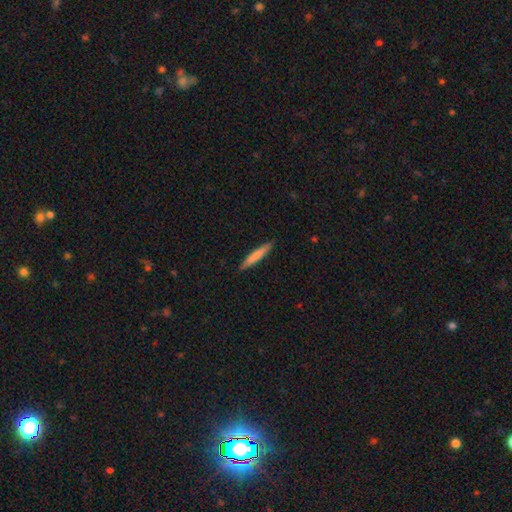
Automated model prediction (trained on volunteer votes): smooth-or-featured: smooth: 77% | featured or disk: 18% | star or artifact: 5%
  how-rounded: cigar-shaped: 94% | in between: 5% | round: 1%
  merging: none: 90% | minor disturbance: 7% | major disturbance: 1% | merger: 1%